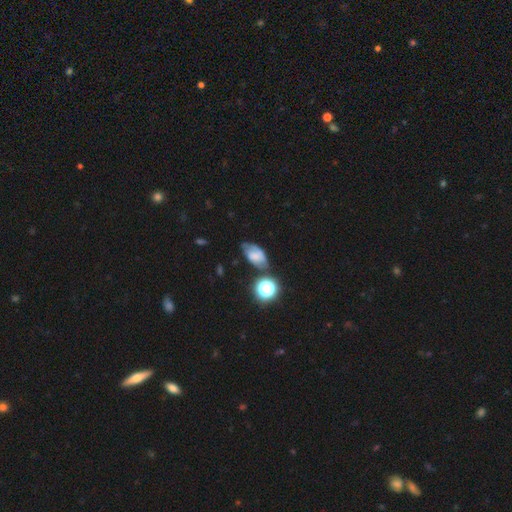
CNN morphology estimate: Smooth or featured?
  - smooth: 49% *
  - featured or disk: 34%
  - star or artifact: 17%
Merging?
  - none: 52% *
  - minor disturbance: 29%
  - major disturbance: 11%
  - merger: 9%